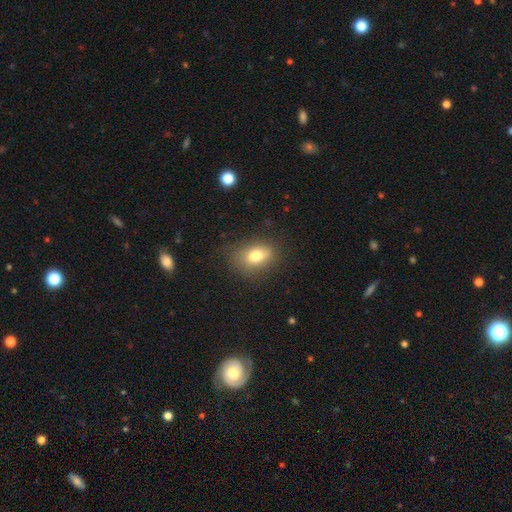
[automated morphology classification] This appears to be a smooth galaxy with no disk features (77%) that is in between round and cigar-shaped (70%). Merging: none (72%).